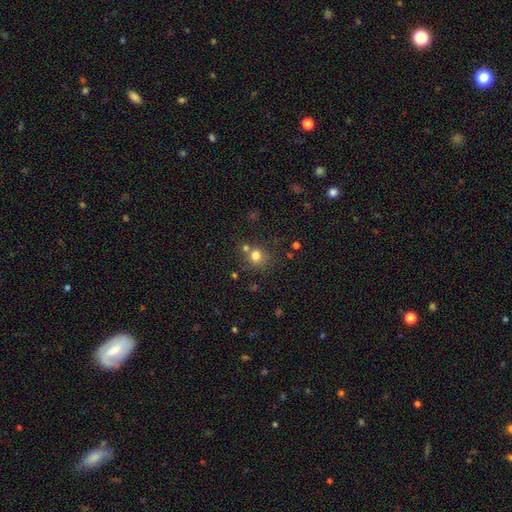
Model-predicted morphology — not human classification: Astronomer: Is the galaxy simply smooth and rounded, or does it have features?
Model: smooth — 77%.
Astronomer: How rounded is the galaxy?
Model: round — 80%.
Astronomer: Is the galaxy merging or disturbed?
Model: none — 62%.